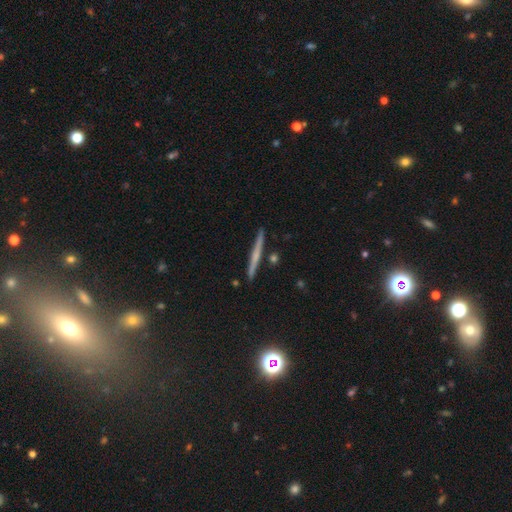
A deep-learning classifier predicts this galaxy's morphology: smooth-or-featured: featured or disk: 52% | smooth: 40% | star or artifact: 8%
  disk-edge-on: yes: 97% | no: 3%
    edge-on-bulge: none: 64% | rounded: 28% | boxy: 8%
  merging: none: 90% | minor disturbance: 7% | merger: 2% | major disturbance: 1%